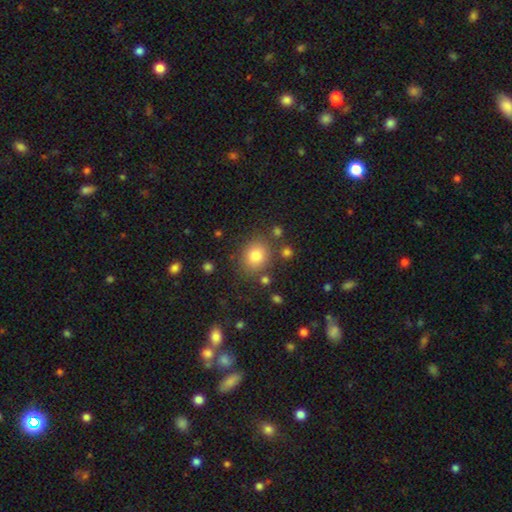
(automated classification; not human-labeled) smooth-or-featured: smooth: 80% | star or artifact: 12% | featured or disk: 8%
  how-rounded: round: 68% | in between: 31% | cigar-shaped: 1%
  merging: none: 81% | minor disturbance: 10% | merger: 5% | major disturbance: 4%